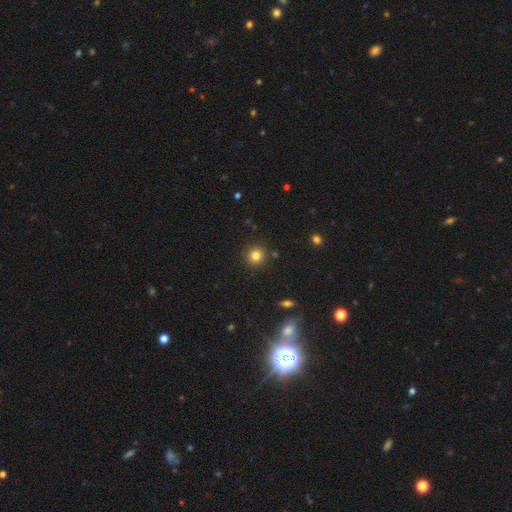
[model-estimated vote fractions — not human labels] Overall: smooth (82%). How rounded: round (93%). Merging: none (89%).